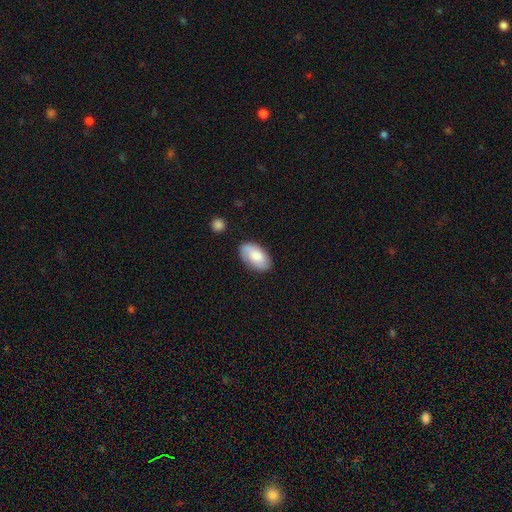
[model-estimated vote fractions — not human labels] This is likely a smooth galaxy (75%). How rounded: clearly in between (95%). Merging: likely none (80%).